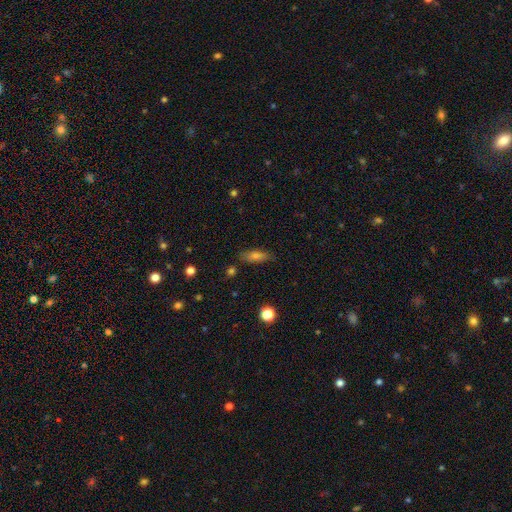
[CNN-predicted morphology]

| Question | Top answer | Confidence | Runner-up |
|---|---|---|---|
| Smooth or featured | smooth | 69% | featured or disk (20%) |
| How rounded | in between | 58% | cigar-shaped (38%) |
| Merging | none | 82% | minor disturbance (14%) |